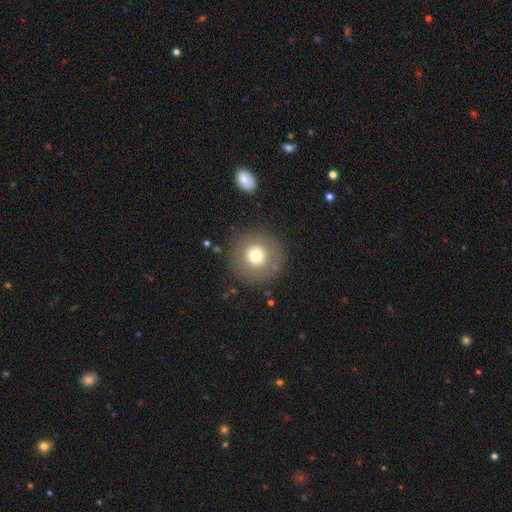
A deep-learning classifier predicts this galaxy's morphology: Q: Smooth or featured?
A: smooth (70%); runner-up: featured or disk (19%)
Q: How rounded?
A: round (96%); runner-up: in between (3%)
Q: Merging?
A: none (86%); runner-up: minor disturbance (7%)